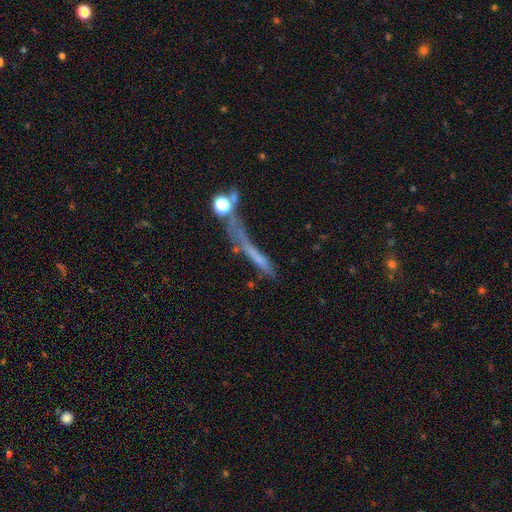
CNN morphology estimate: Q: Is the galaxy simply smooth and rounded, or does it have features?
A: smooth — 47%.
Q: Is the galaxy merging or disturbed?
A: none — 43%.